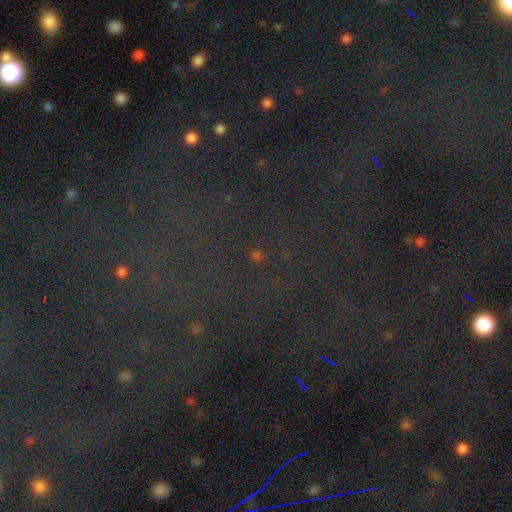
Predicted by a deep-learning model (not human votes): Smooth or featured: star or artifact — 79% (smooth — 12%)